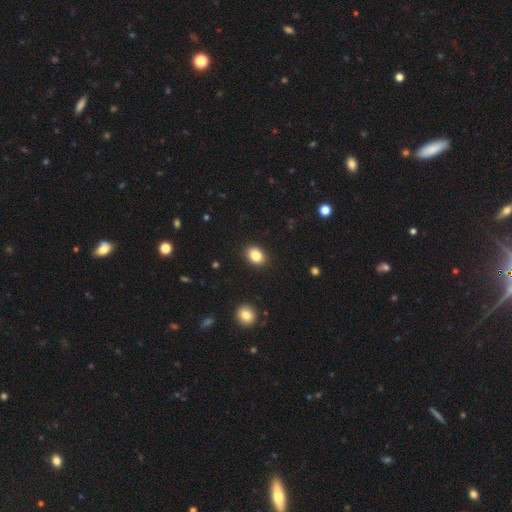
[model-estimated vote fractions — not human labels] A smooth galaxy with no disk features (84%) that is in between round and cigar-shaped (65%).

Vote fractions:
- Smooth or featured? smooth: 84% / star or artifact: 9% / featured or disk: 7%
- How rounded? in between: 65% / round: 34% / cigar-shaped: 1%
- Merging? none: 90% / minor disturbance: 7% / major disturbance: 2% / merger: 1%